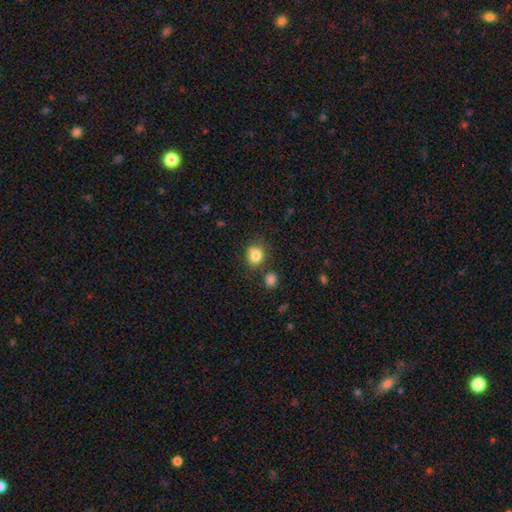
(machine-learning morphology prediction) smooth-or-featured: smooth: 83% | star or artifact: 11% | featured or disk: 7%
  how-rounded: round: 72% | in between: 27% | cigar-shaped: 1%
  merging: none: 68% | minor disturbance: 16% | merger: 11% | major disturbance: 5%